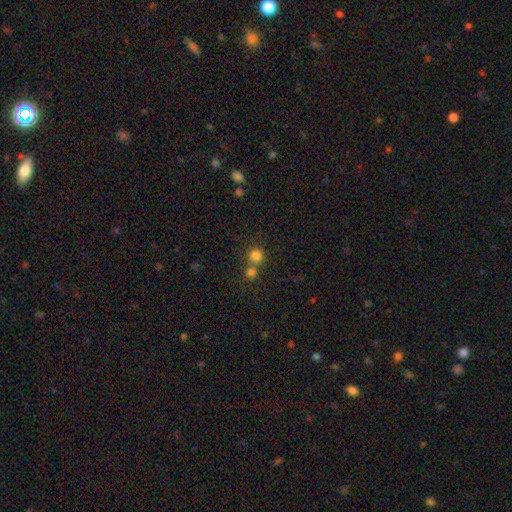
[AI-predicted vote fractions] Overall: smooth (79%). How rounded: round (92%). Merging: none (57%; merger 34%).